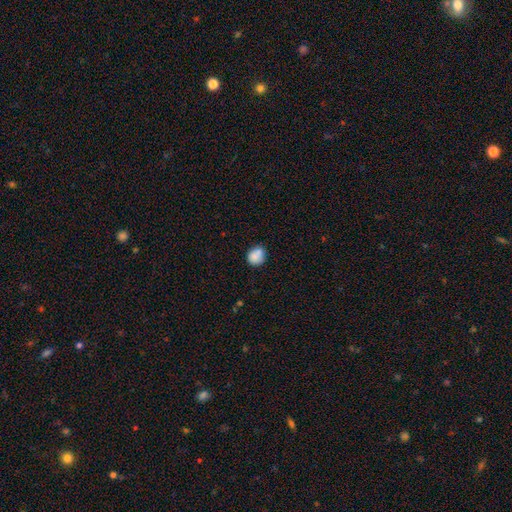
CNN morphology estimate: type=smooth (81%); roundness=round (70%); merging=none (56%).